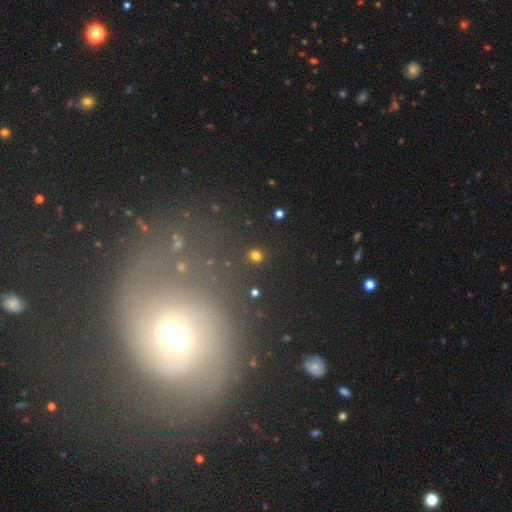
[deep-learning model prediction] smooth_or_featured: smooth (p=0.77) [alt: star or artifact p=0.18]
how_rounded: round (p=0.83) [alt: in between p=0.16]
merging: none (p=0.90) [alt: minor disturbance p=0.05]